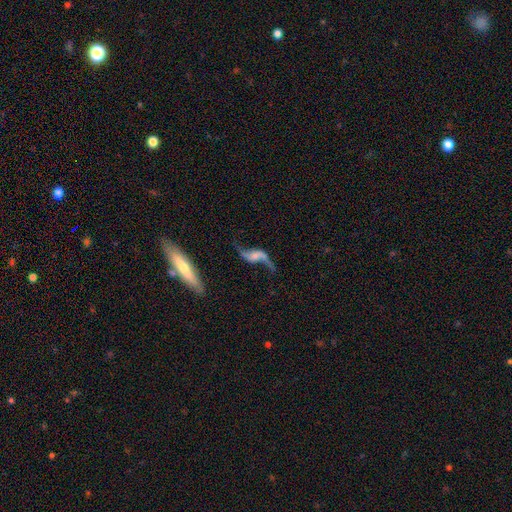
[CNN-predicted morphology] This appears to be a featured or disk galaxy (86%) with no bar (51%), 2 (92%) loose (93%) spiral arms (94%) and no central bulge (37%). Merging: none (63%).